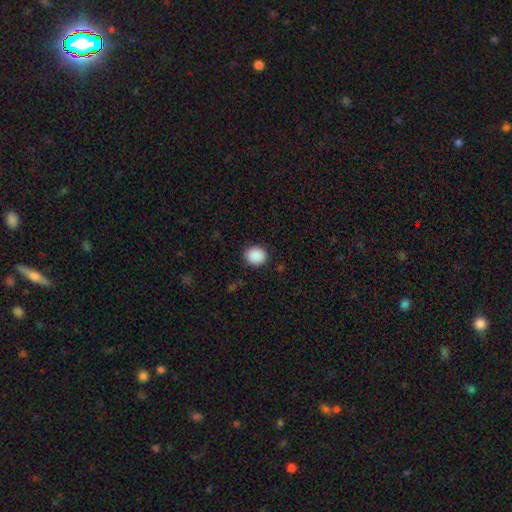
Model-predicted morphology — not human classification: The model was most divided on "how rounded": round: 81%, in between: 18%, cigar-shaped: 1%. More confident: merging — none (90%); smooth or featured — smooth (90%).